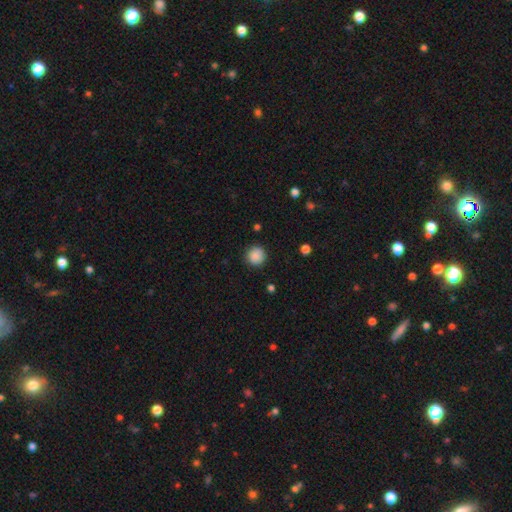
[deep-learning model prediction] The model was most divided on "smooth or featured": smooth: 87%, star or artifact: 9%, featured or disk: 4%. More confident: how rounded — round (94%); merging — none (88%).